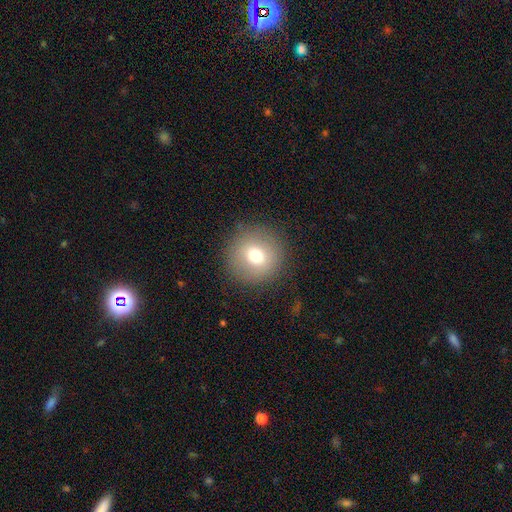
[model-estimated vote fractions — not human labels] This appears to be a smooth galaxy with no disk features (73%) that is round (94%). Merging: none (89%).